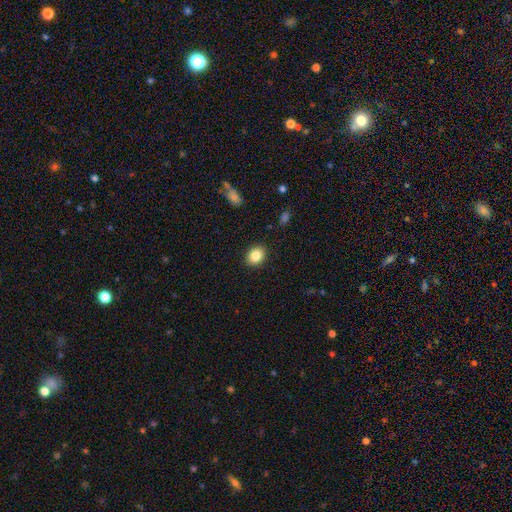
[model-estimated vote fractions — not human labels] smooth-or-featured: smooth: 85% | star or artifact: 9% | featured or disk: 6%
  how-rounded: in between: 50% | round: 49% | cigar-shaped: 1%
  merging: none: 89% | minor disturbance: 8% | major disturbance: 2% | merger: 1%